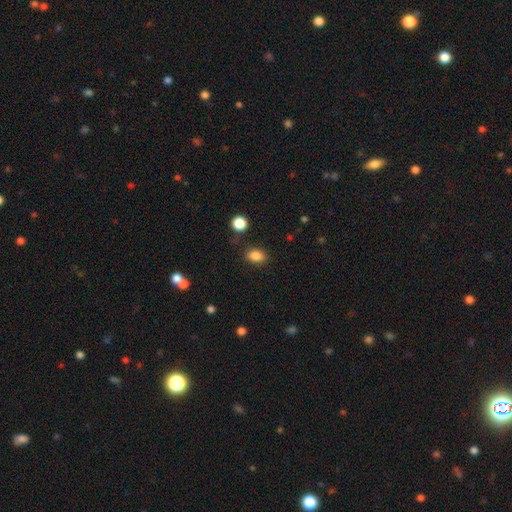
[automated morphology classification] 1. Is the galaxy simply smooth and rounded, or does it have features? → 85% smooth, 10% star or artifact, 5% featured or disk.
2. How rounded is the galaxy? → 77% in between, 22% round, 1% cigar-shaped.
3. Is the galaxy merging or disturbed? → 82% none, 12% minor disturbance, 3% major disturbance, 3% merger.